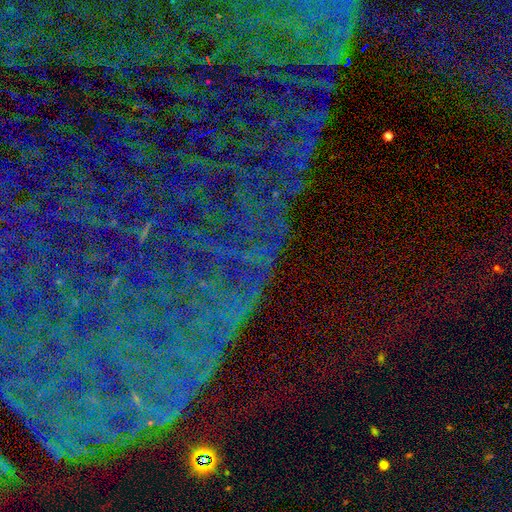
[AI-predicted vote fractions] smooth_or_featured: star or artifact (p=0.83) [alt: featured or disk p=0.09]